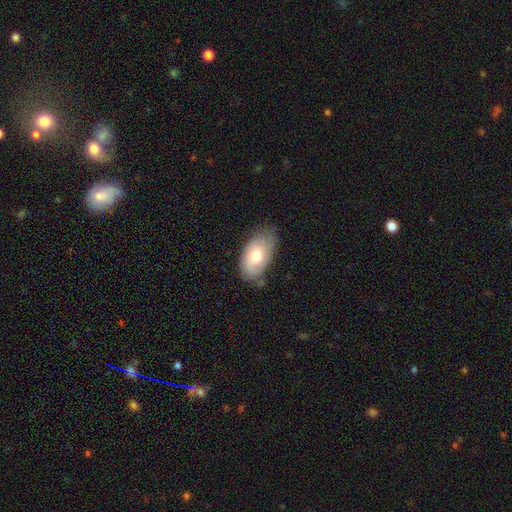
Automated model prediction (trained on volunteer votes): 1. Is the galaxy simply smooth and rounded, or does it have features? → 59% smooth, 34% featured or disk, 6% star or artifact.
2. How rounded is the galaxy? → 93% in between, 5% round, 2% cigar-shaped.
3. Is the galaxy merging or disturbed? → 66% none, 27% minor disturbance, 6% major disturbance, 2% merger.